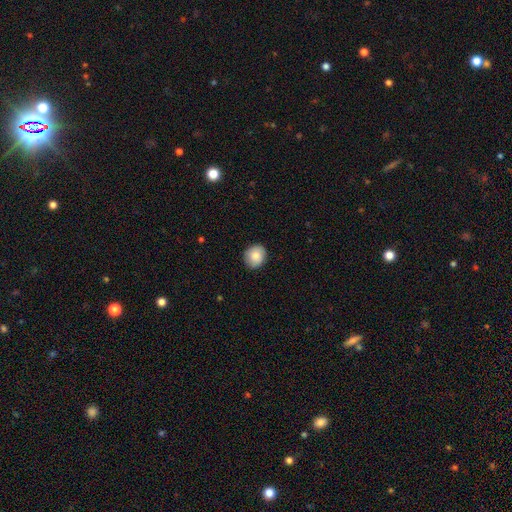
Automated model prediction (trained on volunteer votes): Morphology: type=smooth (83%); roundness=round (74%); merging=none (88%).